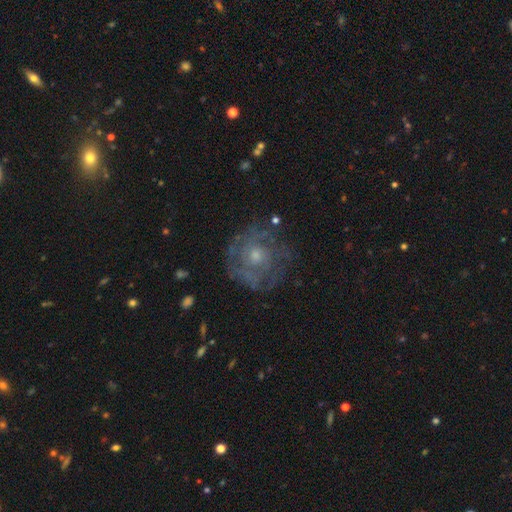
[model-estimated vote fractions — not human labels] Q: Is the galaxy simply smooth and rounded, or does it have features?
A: featured or disk — 68%.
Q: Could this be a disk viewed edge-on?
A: no — 97%.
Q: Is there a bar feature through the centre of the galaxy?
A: no — 84%.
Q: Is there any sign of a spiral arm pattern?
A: yes — 66%.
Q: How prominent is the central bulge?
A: moderate — 51%.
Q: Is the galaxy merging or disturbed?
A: none — 72%.